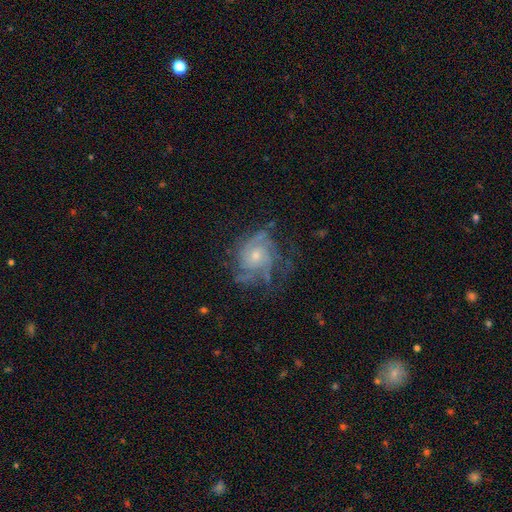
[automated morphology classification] Overall: featured or disk (82%). Edge-on disk: no (97%). Bar: no (75%). Spiral arms: yes (93%). Spiral arm count: can't tell (33%; 3 24%). Spiral winding: tight (52%; medium 37%). Bulge size: small (53%; moderate 41%). Merging: none (61%; minor disturbance 21%).